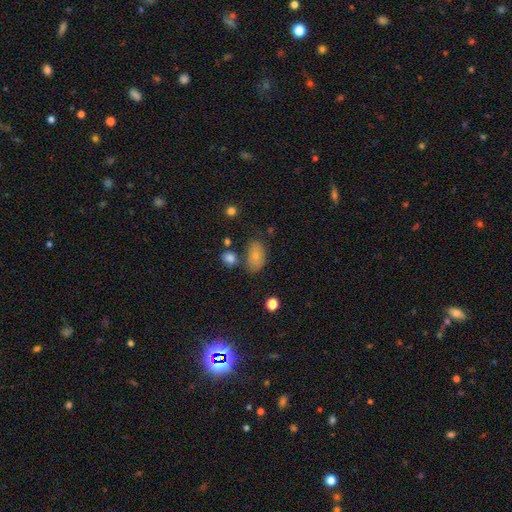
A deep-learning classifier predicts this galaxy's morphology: Overall: smooth (76%). How rounded: in between (89%). Merging: none (64%).